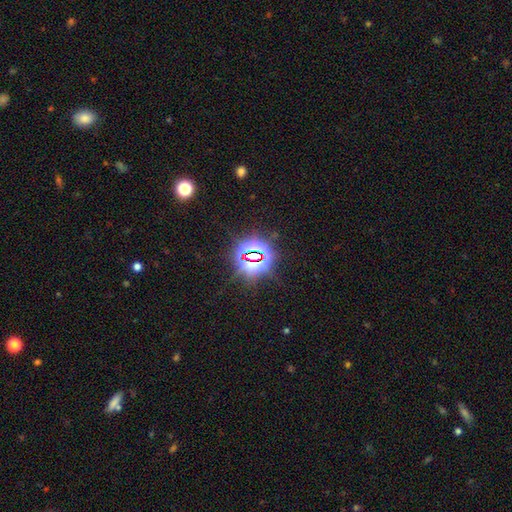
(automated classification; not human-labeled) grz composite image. It shows a star or artifact, not a galaxy (81%).